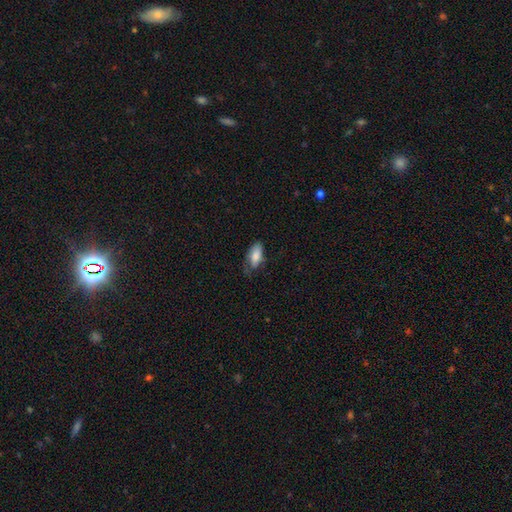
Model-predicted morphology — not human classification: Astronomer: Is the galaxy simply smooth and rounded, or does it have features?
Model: smooth — 81%.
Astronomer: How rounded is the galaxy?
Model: in between — 87%.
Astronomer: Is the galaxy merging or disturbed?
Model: none — 51% (runner-up: minor disturbance, 34%).